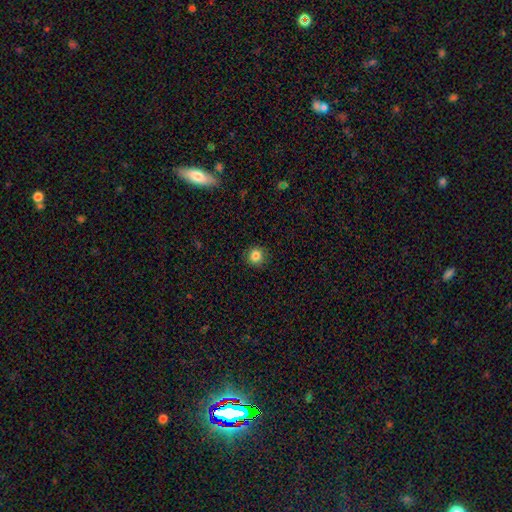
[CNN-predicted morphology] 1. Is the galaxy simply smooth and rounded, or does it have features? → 84% smooth, 11% star or artifact, 5% featured or disk.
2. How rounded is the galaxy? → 91% round, 8% in between, 1% cigar-shaped.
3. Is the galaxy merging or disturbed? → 89% none, 7% minor disturbance, 2% major disturbance, 1% merger.